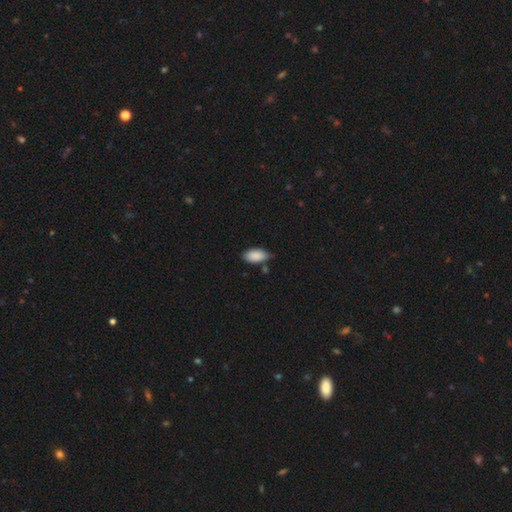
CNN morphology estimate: The model was most divided on "merging": none: 67%, minor disturbance: 25%, merger: 5%, major disturbance: 4%. More confident: how rounded — in between (94%); smooth or featured — smooth (89%).